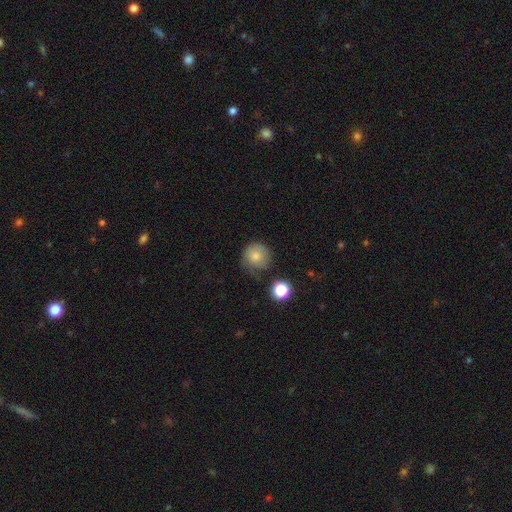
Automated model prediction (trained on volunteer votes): smooth_or_featured: smooth (p=0.80) [alt: featured or disk p=0.10]
how_rounded: round (p=0.91) [alt: in between p=0.08]
merging: none (p=0.57) [alt: minor disturbance p=0.28]